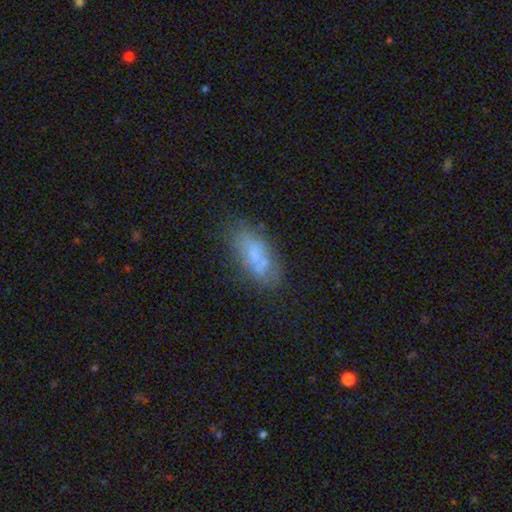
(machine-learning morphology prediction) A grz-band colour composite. It shows a smooth galaxy with no disk features (59%) that is in between round and cigar-shaped (78%). Merging: none (57%).